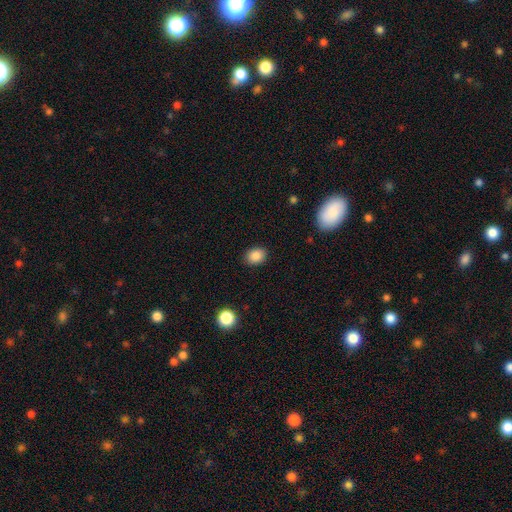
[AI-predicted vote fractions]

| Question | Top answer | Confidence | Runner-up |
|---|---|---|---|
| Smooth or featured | smooth | 87% | star or artifact (10%) |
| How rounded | in between | 59% | round (40%) |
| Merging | none | 88% | minor disturbance (8%) |